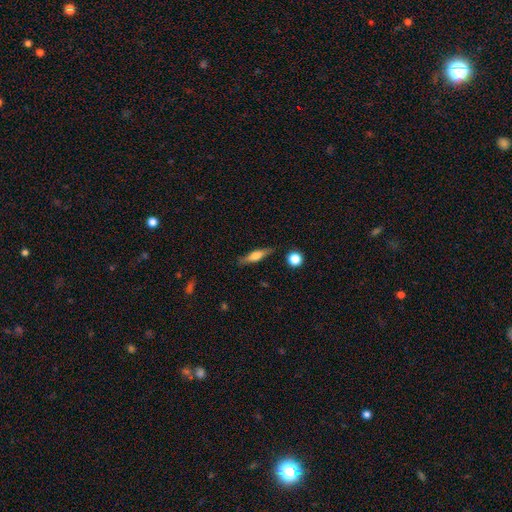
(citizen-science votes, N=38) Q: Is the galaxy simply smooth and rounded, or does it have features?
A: smooth — 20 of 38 (53%).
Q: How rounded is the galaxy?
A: cigar-shaped — 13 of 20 (65%).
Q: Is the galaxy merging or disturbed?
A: none — 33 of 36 (92%).